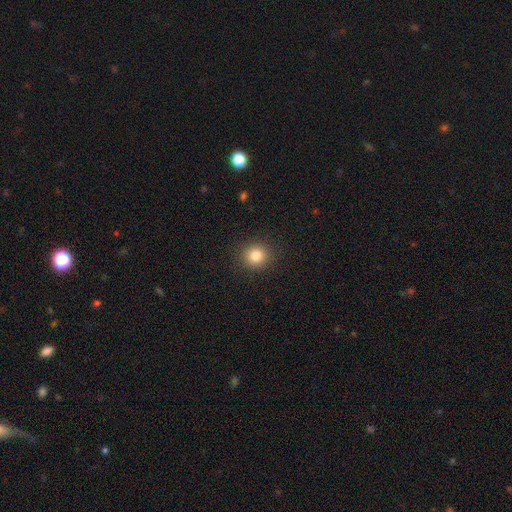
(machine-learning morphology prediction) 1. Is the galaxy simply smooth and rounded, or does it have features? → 83% smooth, 11% star or artifact, 6% featured or disk.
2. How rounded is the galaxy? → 89% round, 10% in between, 1% cigar-shaped.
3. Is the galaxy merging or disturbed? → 91% none, 6% minor disturbance, 2% major disturbance, 1% merger.